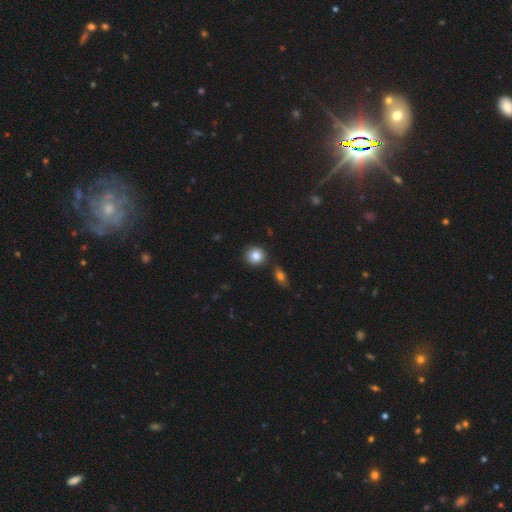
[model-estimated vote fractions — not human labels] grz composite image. It shows a smooth galaxy with no disk features (84%) that is round (86%). Merging: none (81%).